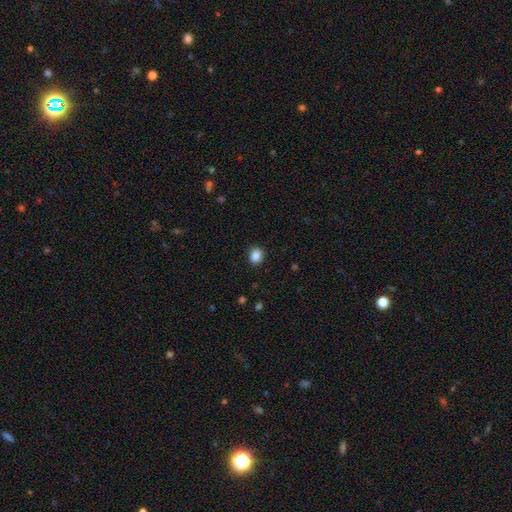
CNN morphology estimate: Smooth or featured: smooth — 86% (star or artifact — 10%)
How rounded: round — 67% (in between — 32%)
Merging: none — 90% (minor disturbance — 7%)